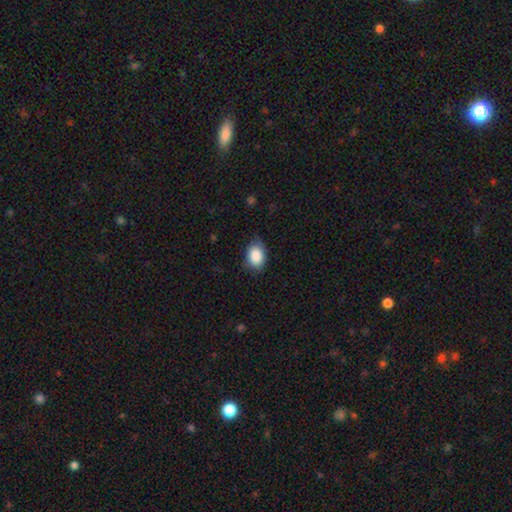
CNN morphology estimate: A smooth galaxy with no disk features (87%) that is in between round and cigar-shaped (77%).

Vote fractions:
- Smooth or featured? smooth: 87% / star or artifact: 7% / featured or disk: 6%
- How rounded? in between: 77% / round: 22% / cigar-shaped: 1%
- Merging? none: 70% / minor disturbance: 24% / major disturbance: 5% / merger: 1%